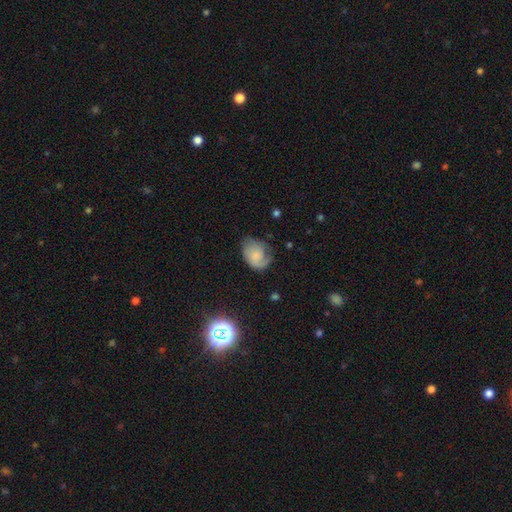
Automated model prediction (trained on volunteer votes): Overall: smooth (47%; featured or disk 44%). Merging: none (46%; minor disturbance 30%).